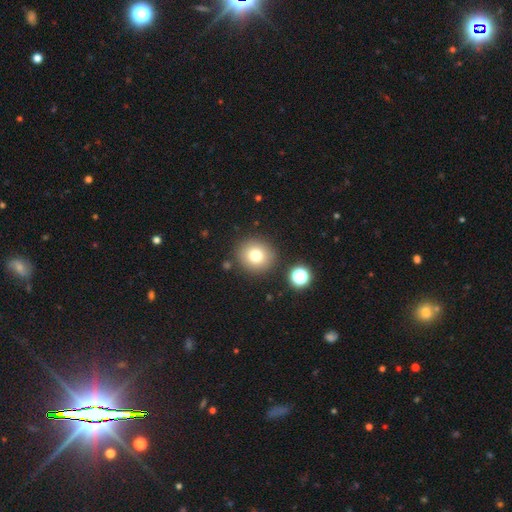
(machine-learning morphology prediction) A smooth galaxy with no disk features (77%) that is round (90%). Merging: none (86%).